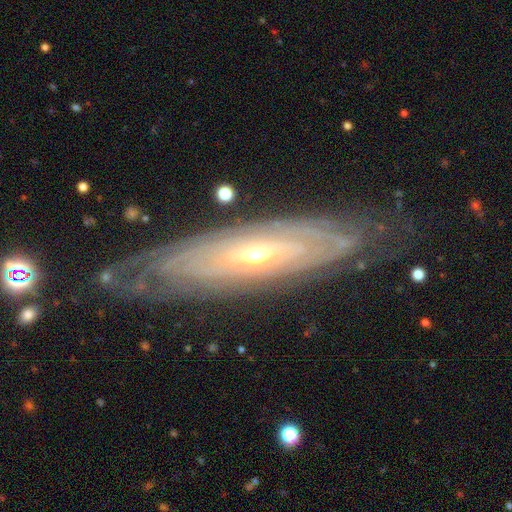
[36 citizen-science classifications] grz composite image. It shows a featured or disk galaxy (92%) with no bar (79%), tight (91%) spiral arms (79%) and a small central bulge (55%). Merging: none (89%).